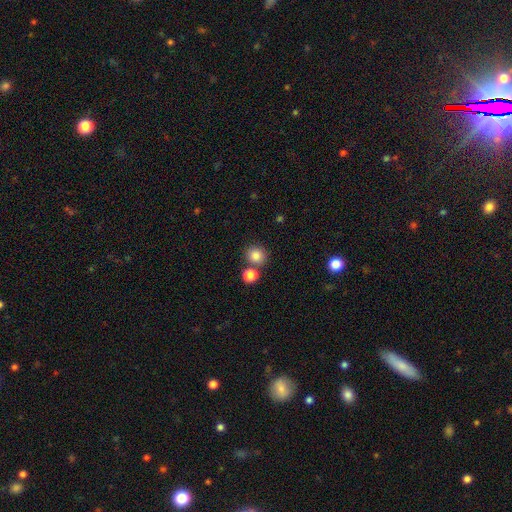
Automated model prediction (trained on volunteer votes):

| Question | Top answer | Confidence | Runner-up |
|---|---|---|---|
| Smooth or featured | smooth | 84% | star or artifact (11%) |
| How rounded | round | 85% | in between (14%) |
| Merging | none | 68% | merger (20%) |